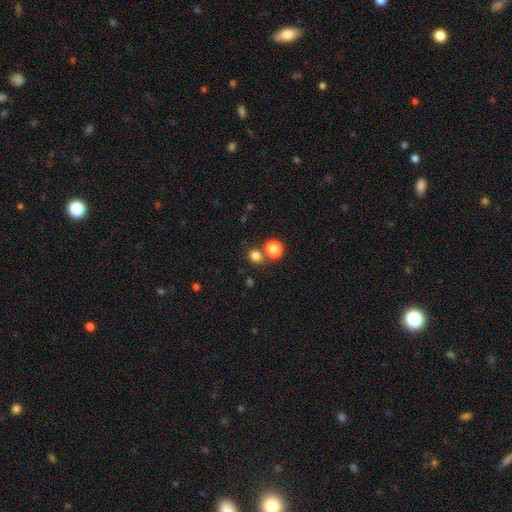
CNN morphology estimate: smooth-or-featured: smooth: 79% | star or artifact: 16% | featured or disk: 5%
  how-rounded: round: 81% | in between: 18% | cigar-shaped: 1%
  merging: none: 70% | merger: 19% | minor disturbance: 7% | major disturbance: 3%